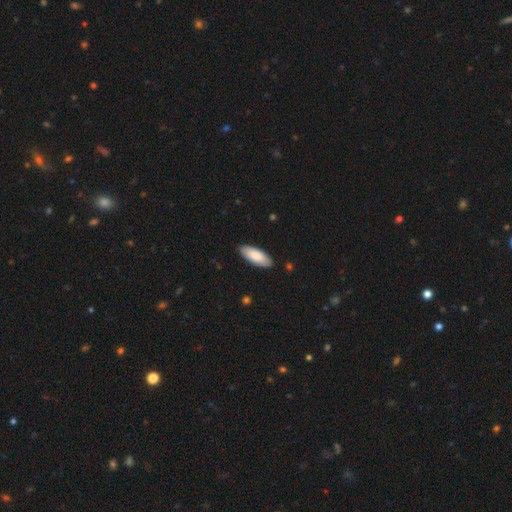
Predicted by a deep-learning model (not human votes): A smooth galaxy with no disk features (84%) that is in between round and cigar-shaped (77%).

Vote fractions:
- Smooth or featured? smooth: 84% / featured or disk: 11% / star or artifact: 5%
- How rounded? in between: 77% / cigar-shaped: 21% / round: 1%
- Merging? none: 88% / minor disturbance: 9% / major disturbance: 2% / merger: 1%